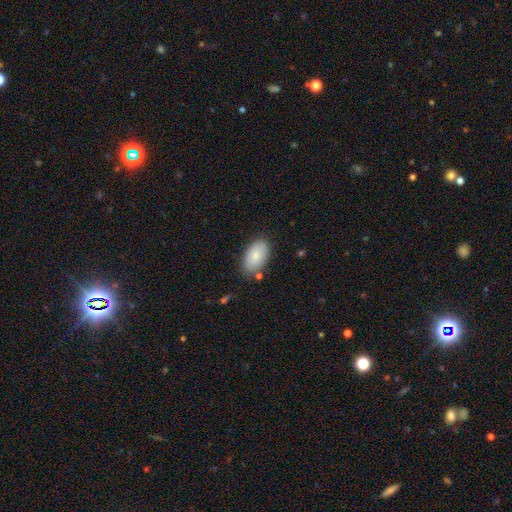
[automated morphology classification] A smooth galaxy with no disk features (81%) that is in between round and cigar-shaped (95%).

Vote fractions:
- Smooth or featured? smooth: 81% / featured or disk: 13% / star or artifact: 6%
- How rounded? in between: 95% / round: 4% / cigar-shaped: 2%
- Merging? none: 78% / minor disturbance: 16% / major disturbance: 3% / merger: 3%